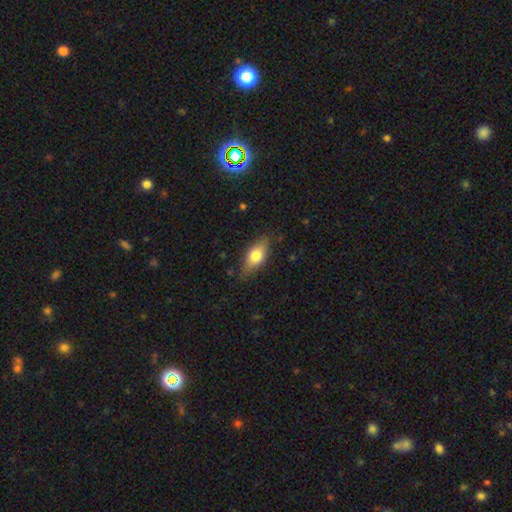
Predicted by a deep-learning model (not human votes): Smooth or featured? Predicted: smooth (p=0.72). How rounded? Predicted: in between (p=0.83). Merging? Predicted: none (p=0.80).